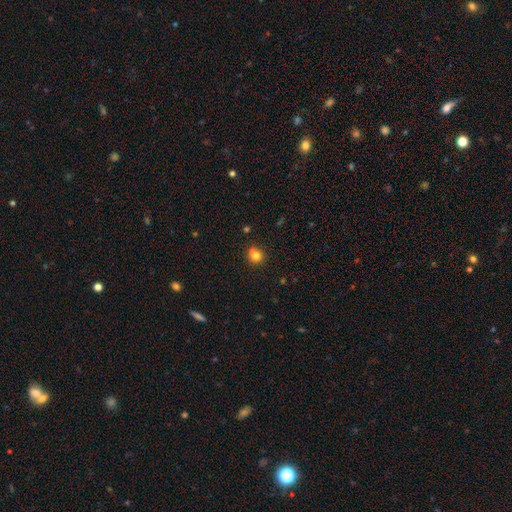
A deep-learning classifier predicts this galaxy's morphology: smooth_or_featured: smooth (p=0.79) [alt: star or artifact p=0.13]
how_rounded: round (p=0.88) [alt: in between p=0.11]
merging: none (p=0.70) [alt: minor disturbance p=0.14]